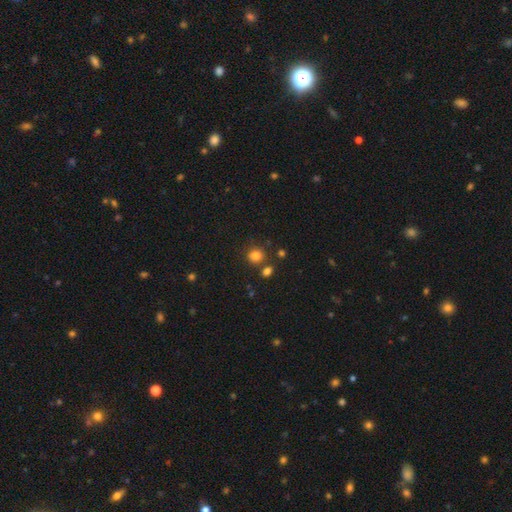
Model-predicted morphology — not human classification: smooth 82%, star or artifact 13%, featured or disk 5%. Down the decision tree: how rounded — round (80%); merging — none (74%).